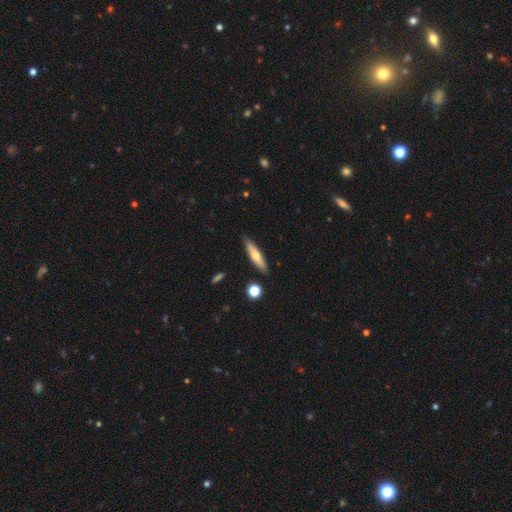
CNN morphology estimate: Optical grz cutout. It shows a smooth galaxy with no disk features (56%) that is cigar-shaped (79%). Merging: none (87%).